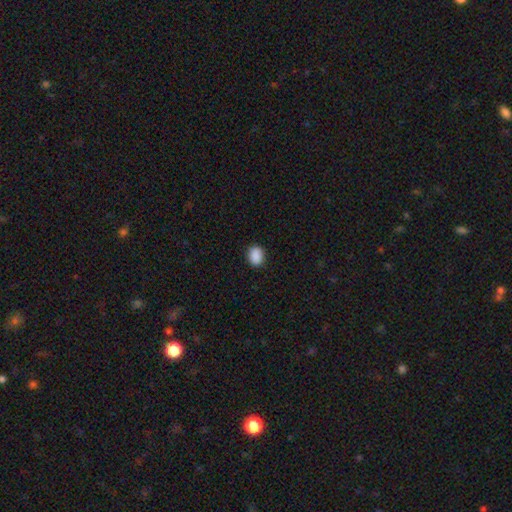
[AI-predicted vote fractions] Overall: smooth (90%). How rounded: in between (60%; round 39%). Merging: none (89%).